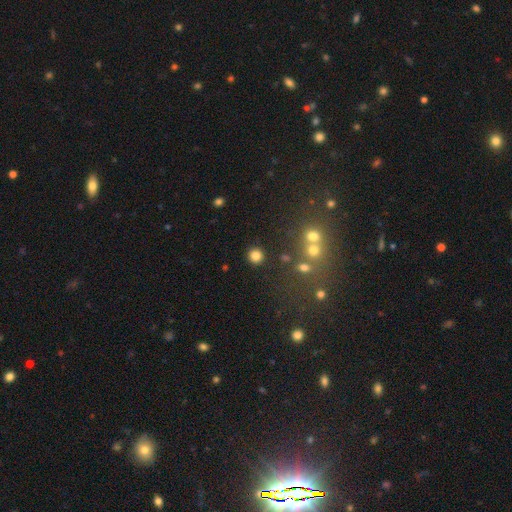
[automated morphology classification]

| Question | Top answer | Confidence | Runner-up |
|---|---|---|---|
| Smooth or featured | smooth | 81% | star or artifact (14%) |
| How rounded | round | 94% | in between (5%) |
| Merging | none | 90% | minor disturbance (5%) |